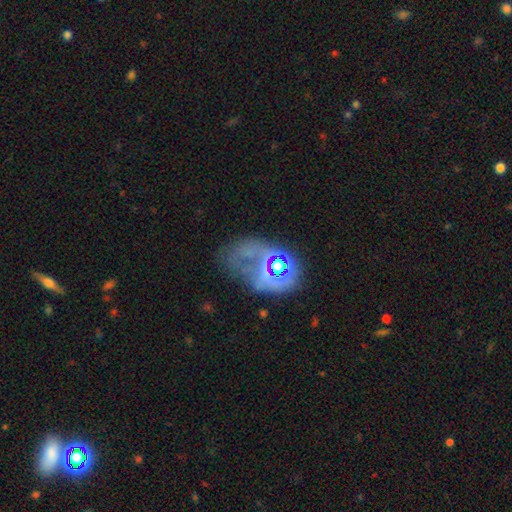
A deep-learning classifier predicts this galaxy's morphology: A featured or disk galaxy (40%). Merging: none (42%).